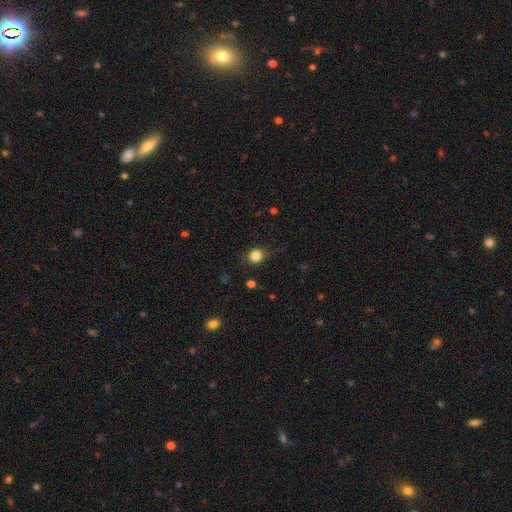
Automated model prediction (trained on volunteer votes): Smooth or featured? Predicted: smooth (p=0.83). How rounded? Predicted: round (p=0.76). Merging? Predicted: none (p=0.76).